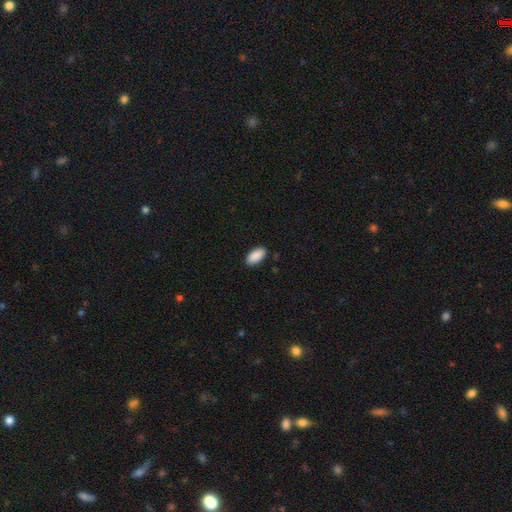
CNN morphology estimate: Smooth or featured? Predicted: smooth (p=0.91). How rounded? Predicted: in between (p=0.93). Merging? Predicted: none (p=0.89).